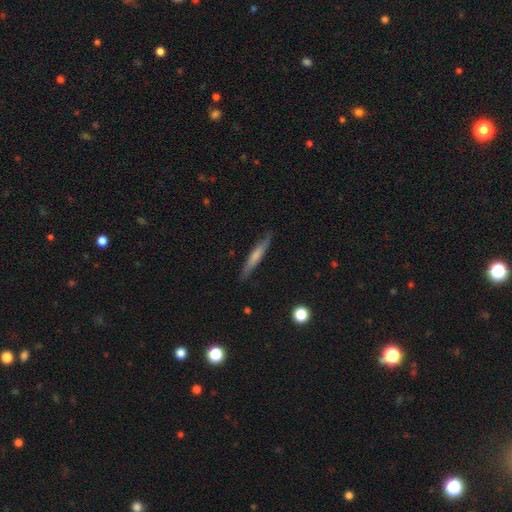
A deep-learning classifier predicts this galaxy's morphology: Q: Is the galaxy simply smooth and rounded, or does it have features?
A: smooth — 54%.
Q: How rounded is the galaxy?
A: cigar-shaped — 91%.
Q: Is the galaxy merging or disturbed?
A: none — 80%.